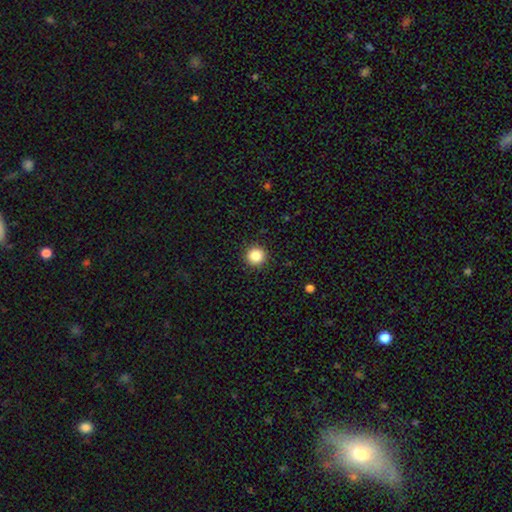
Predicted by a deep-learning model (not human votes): A smooth galaxy with no disk features (85%) that is round (95%). Merging: none (92%).